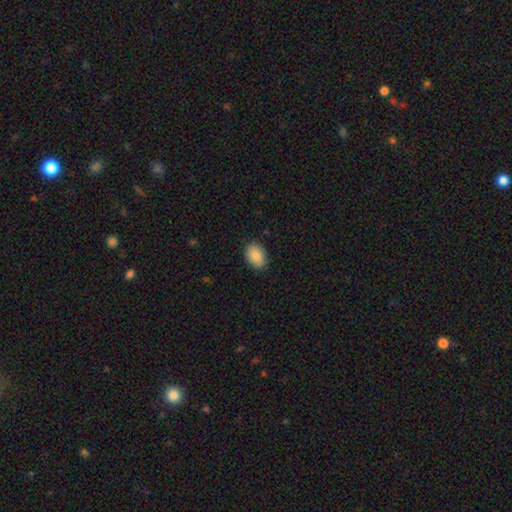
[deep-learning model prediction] Smooth or featured? smooth (86%)
How rounded? in between (84%)
Merging? none (87%)